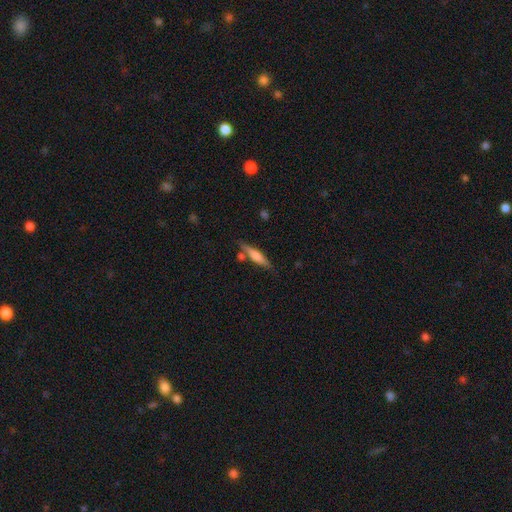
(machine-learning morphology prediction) Overall: smooth (56%; featured or disk 38%). How rounded: cigar-shaped (83%). Merging: none (74%).